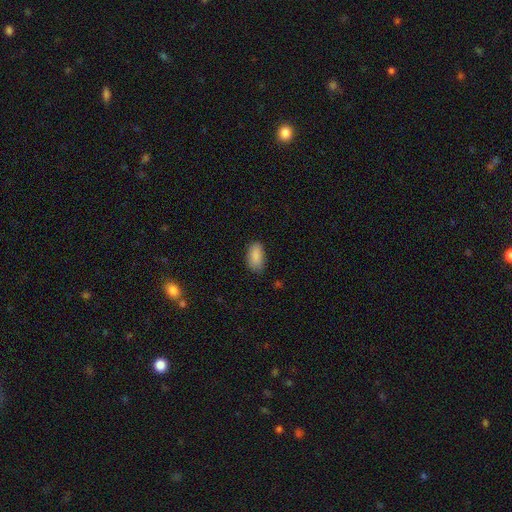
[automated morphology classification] Q: Smooth or featured?
A: smooth (88%); runner-up: star or artifact (7%)
Q: How rounded?
A: in between (92%); runner-up: cigar-shaped (5%)
Q: Merging?
A: none (79%); runner-up: minor disturbance (17%)